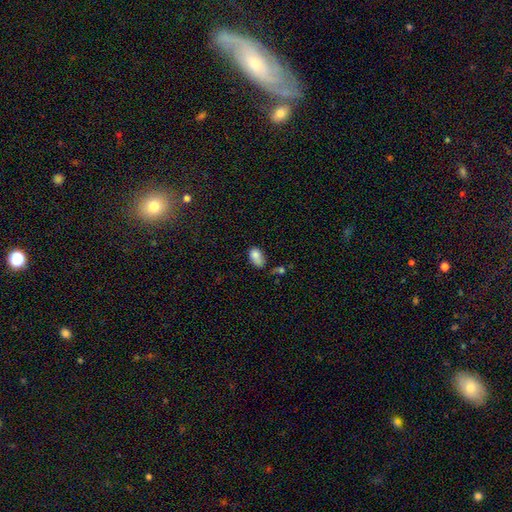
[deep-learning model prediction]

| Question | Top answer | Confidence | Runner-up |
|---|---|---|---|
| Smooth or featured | smooth | 80% | featured or disk (11%) |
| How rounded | in between | 88% | round (10%) |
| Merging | minor disturbance | 35% | none (34%) |